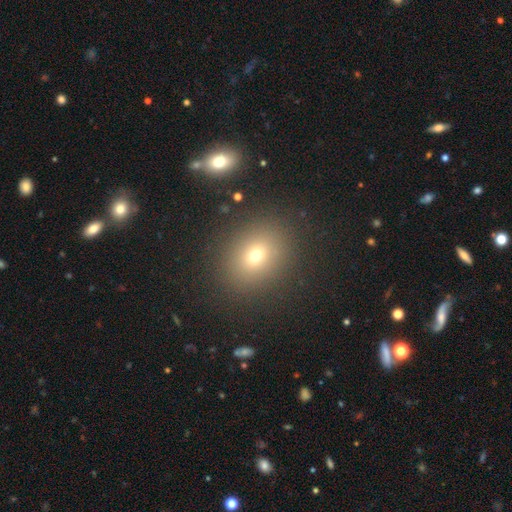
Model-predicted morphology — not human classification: This is likely a smooth galaxy (68%). How rounded: possibly round (57%). Merging: clearly none (86%).